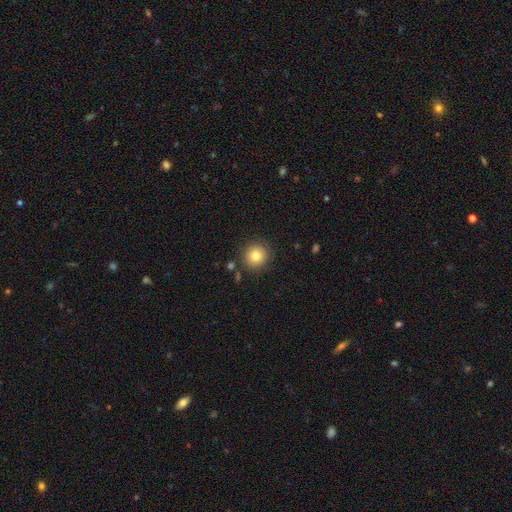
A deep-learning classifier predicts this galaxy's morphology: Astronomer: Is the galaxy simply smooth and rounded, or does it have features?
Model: smooth — 80%.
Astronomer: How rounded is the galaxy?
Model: round — 93%.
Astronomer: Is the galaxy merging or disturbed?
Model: none — 88%.